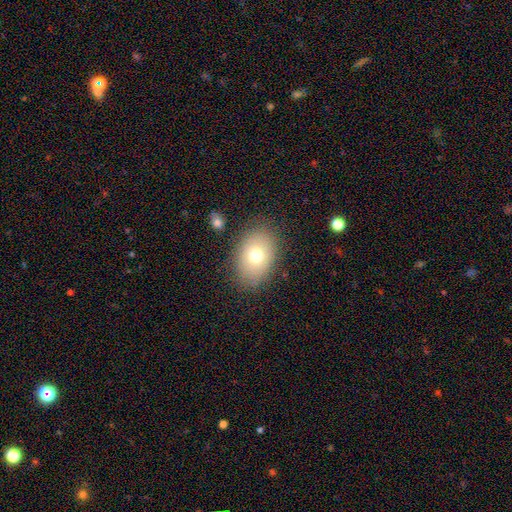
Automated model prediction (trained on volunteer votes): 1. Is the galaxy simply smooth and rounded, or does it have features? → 72% smooth, 18% featured or disk, 10% star or artifact.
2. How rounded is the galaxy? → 82% in between, 17% round, 1% cigar-shaped.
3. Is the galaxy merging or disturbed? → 83% none, 11% minor disturbance, 4% major disturbance, 2% merger.